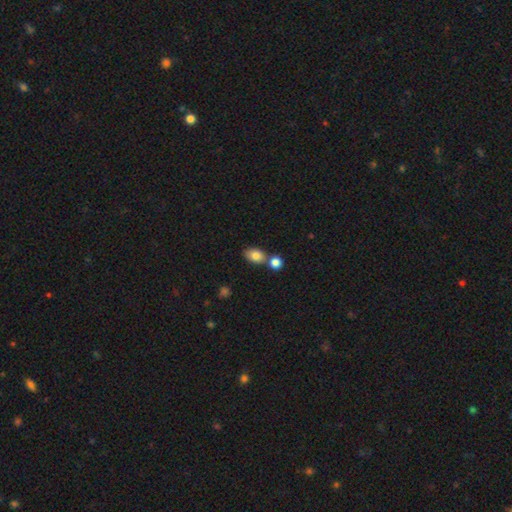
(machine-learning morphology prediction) Smooth or featured: smooth — 83% (featured or disk — 9%)
How rounded: in between — 79% (round — 20%)
Merging: none — 52% (merger — 35%)